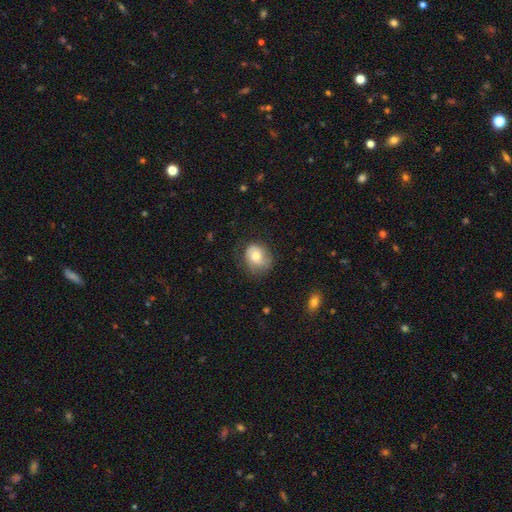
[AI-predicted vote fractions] Smooth or featured: smooth — 67% (featured or disk — 25%)
How rounded: round — 59% (in between — 40%)
Merging: none — 60% (minor disturbance — 28%)